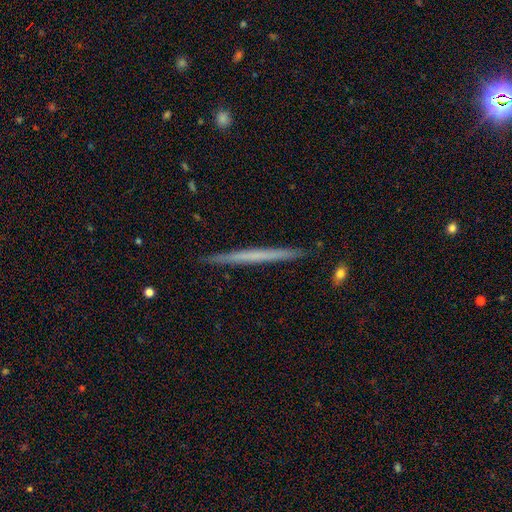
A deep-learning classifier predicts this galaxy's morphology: The model was most divided on "smooth or featured": featured or disk: 51%, smooth: 44%, star or artifact: 5%. More confident: edge-on disk — yes (98%); merging — none (92%).